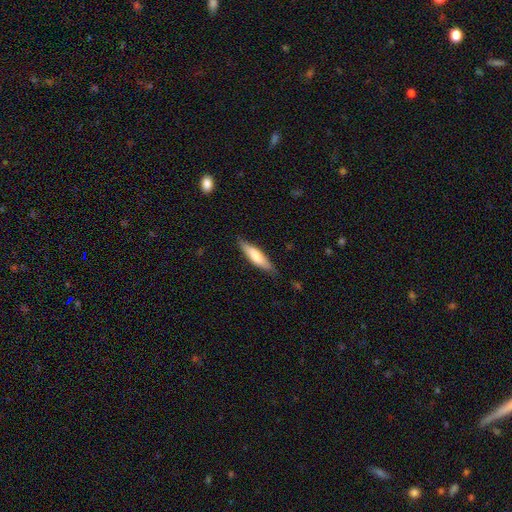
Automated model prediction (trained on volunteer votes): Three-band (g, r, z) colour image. It shows a smooth galaxy with no disk features (67%) that is cigar-shaped (70%). Merging: none (82%).